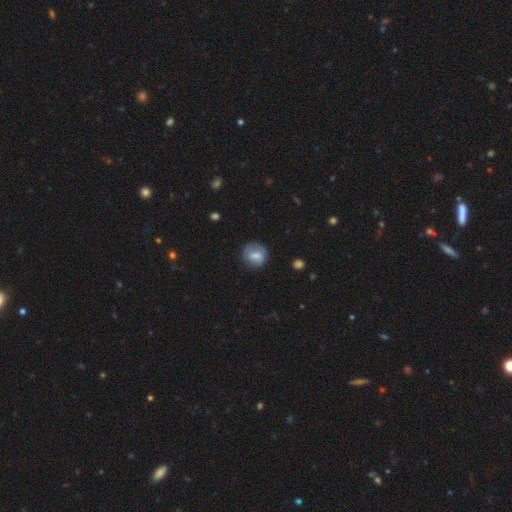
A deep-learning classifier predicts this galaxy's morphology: This is likely a smooth galaxy (60%). How rounded: likely round (78%). Merging: likely none (72%).